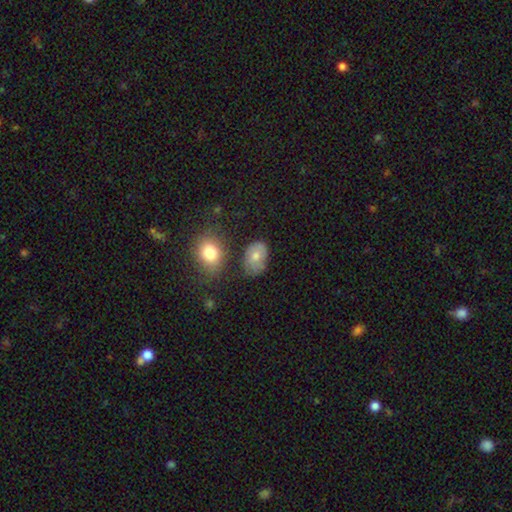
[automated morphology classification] smooth 72%, featured or disk 18%, star or artifact 10%. Down the decision tree: how rounded — in between (79%); merging — none (64%).